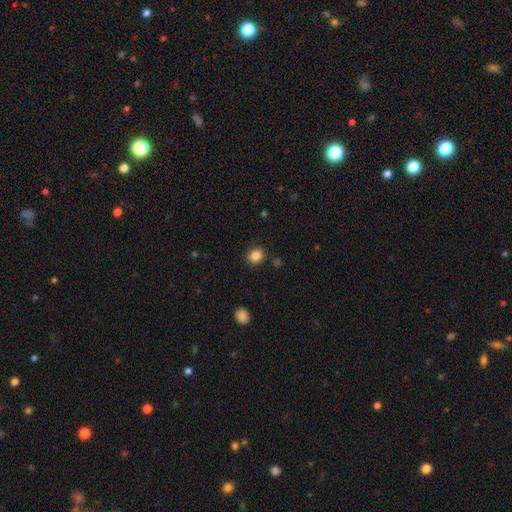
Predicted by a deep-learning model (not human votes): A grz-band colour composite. It shows a smooth galaxy with no disk features (86%) that is round (69%). Merging: none (86%).